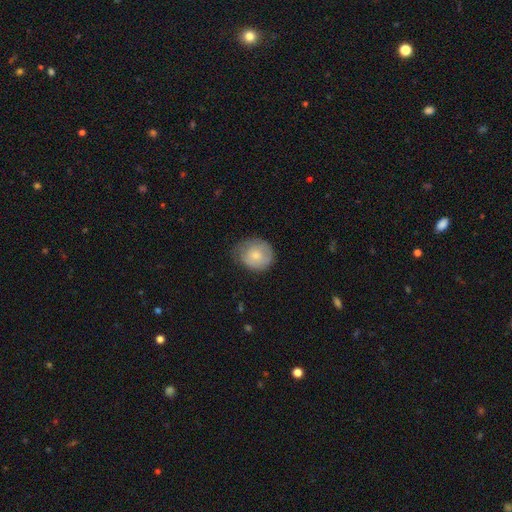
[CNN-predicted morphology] Smooth or featured? Predicted: smooth (p=0.70). How rounded? Predicted: round (p=0.72). Merging? Predicted: none (p=0.58).